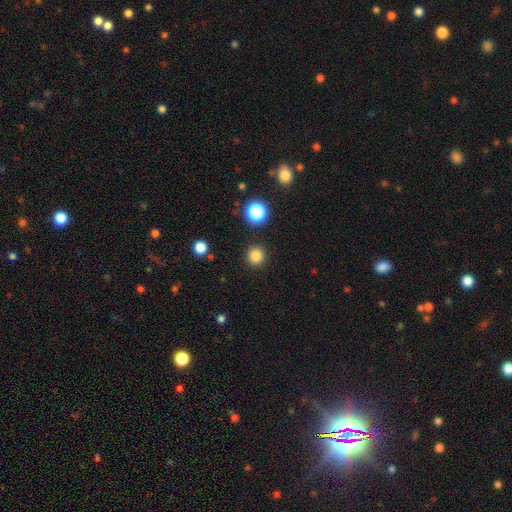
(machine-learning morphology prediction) A smooth galaxy with no disk features (83%) that is round (94%). Merging: none (90%).